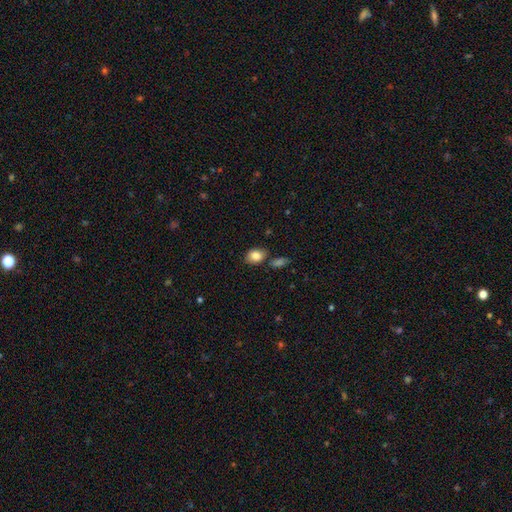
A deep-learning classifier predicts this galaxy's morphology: A smooth galaxy with no disk features (85%) that is in between round and cigar-shaped (70%). Merging: none (73%).